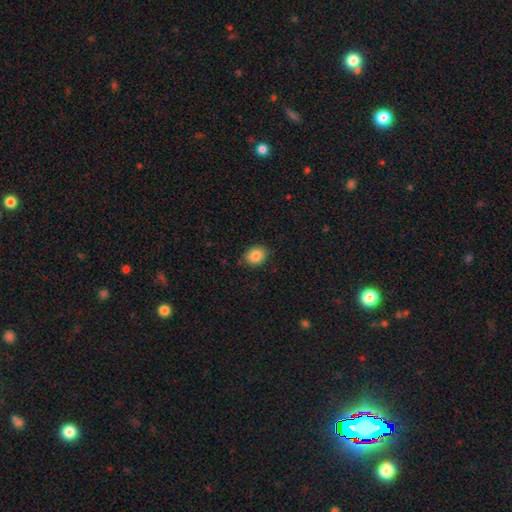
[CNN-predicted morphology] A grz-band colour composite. It shows a smooth galaxy with no disk features (86%) that is round (52%). Merging: none (87%).